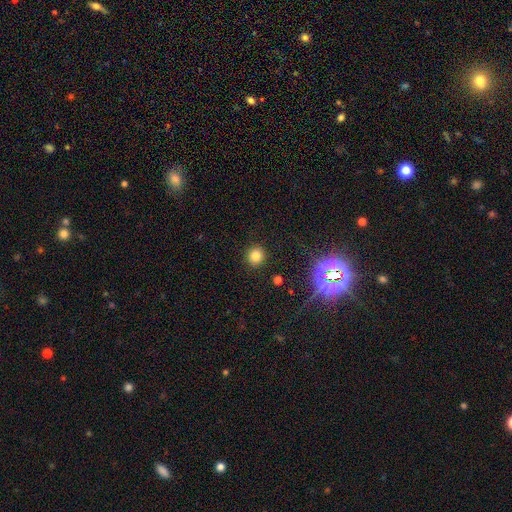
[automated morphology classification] Overall: smooth (78%). How rounded: round (91%). Merging: none (90%).